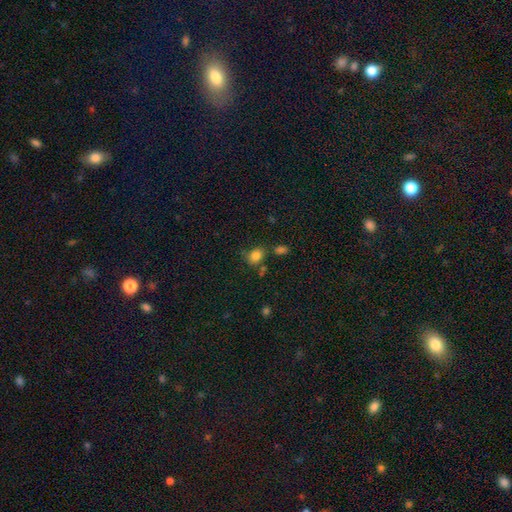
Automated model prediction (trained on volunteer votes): Overall: smooth (83%). How rounded: in between (62%; round 37%). Merging: none (67%).